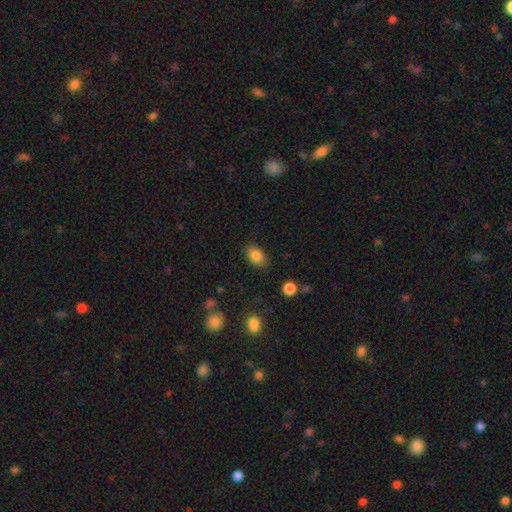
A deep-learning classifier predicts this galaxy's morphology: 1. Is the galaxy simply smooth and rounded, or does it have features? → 83% smooth, 9% star or artifact, 8% featured or disk.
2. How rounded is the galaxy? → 86% in between, 13% round, 1% cigar-shaped.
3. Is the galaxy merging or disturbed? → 82% none, 13% minor disturbance, 3% major disturbance, 1% merger.